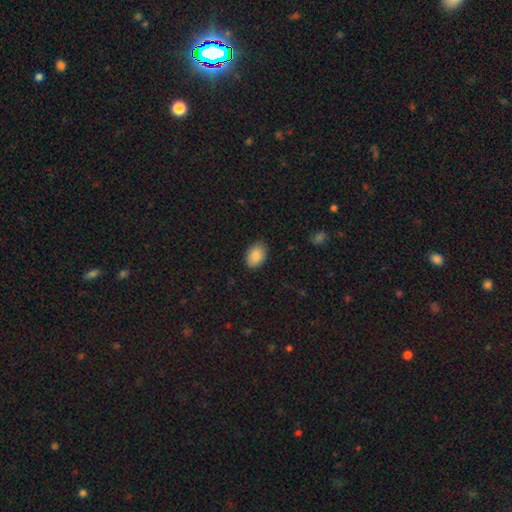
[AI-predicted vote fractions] The model was most divided on "how rounded": in between: 85%, round: 14%, cigar-shaped: 1%. More confident: smooth or featured — smooth (88%); merging — none (86%).